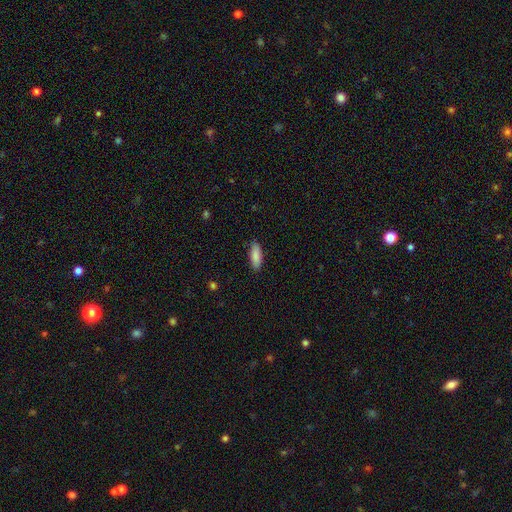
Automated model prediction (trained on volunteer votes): Smooth or featured? Predicted: smooth (p=0.88). How rounded? Predicted: in between (p=0.68). Merging? Predicted: none (p=0.86).